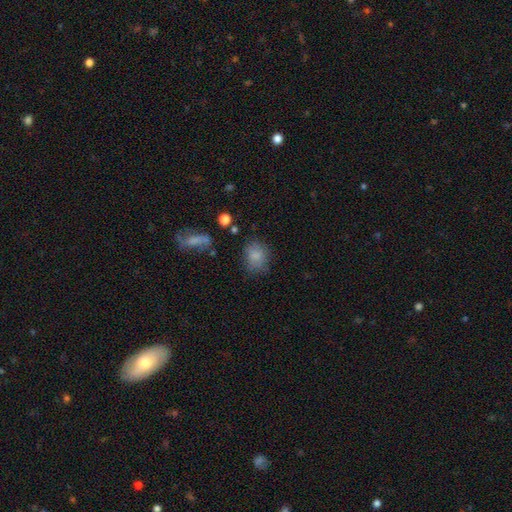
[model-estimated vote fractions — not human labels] The model was most divided on "how rounded": in between: 56%, round: 43%, cigar-shaped: 1%. More confident: smooth or featured — smooth (81%); merging — none (68%).